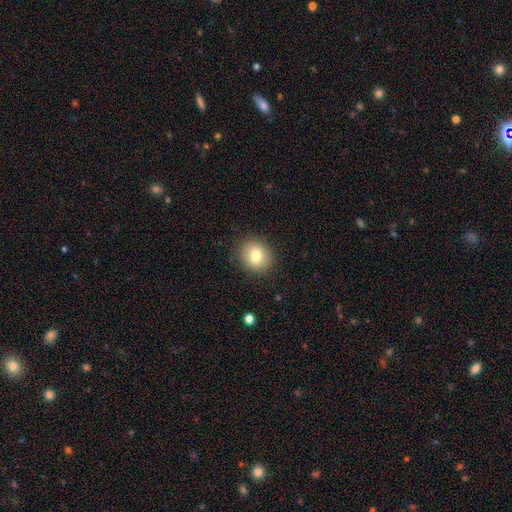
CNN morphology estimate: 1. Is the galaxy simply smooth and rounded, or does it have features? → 79% smooth, 12% featured or disk, 10% star or artifact.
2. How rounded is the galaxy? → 72% round, 28% in between, 1% cigar-shaped.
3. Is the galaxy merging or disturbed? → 87% none, 9% minor disturbance, 3% major disturbance, 1% merger.